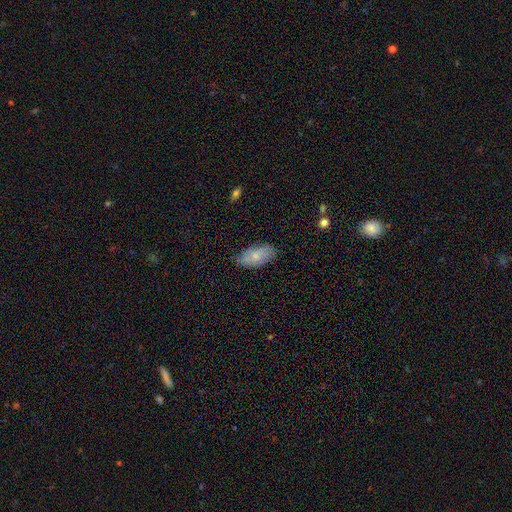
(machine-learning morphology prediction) smooth-or-featured: smooth: 73% | featured or disk: 20% | star or artifact: 7%
  how-rounded: in between: 93% | cigar-shaped: 4% | round: 3%
  merging: none: 81% | minor disturbance: 15% | major disturbance: 3% | merger: 1%